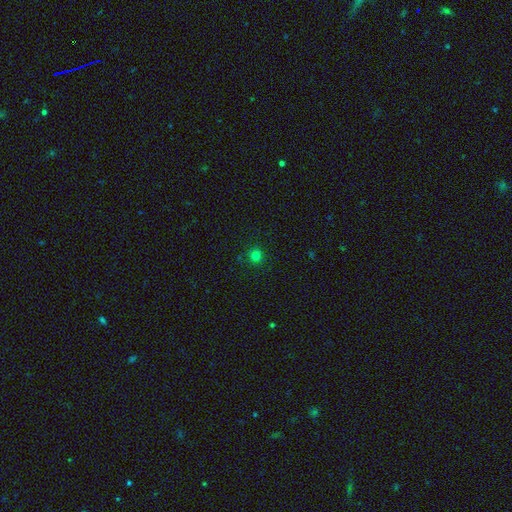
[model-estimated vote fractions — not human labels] smooth_or_featured: smooth (p=0.78) [alt: star or artifact p=0.17]
how_rounded: round (p=0.94) [alt: in between p=0.05]
merging: none (p=0.89) [alt: minor disturbance p=0.07]